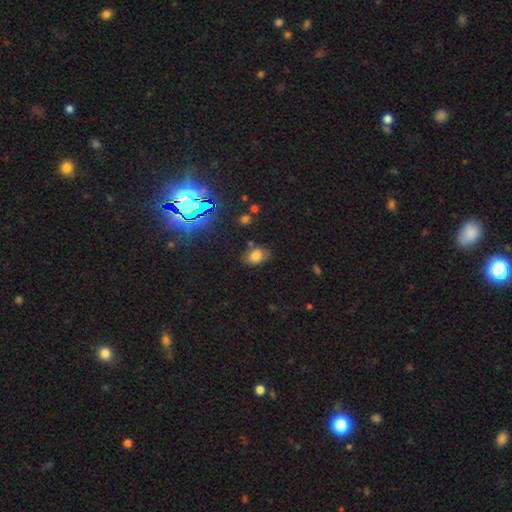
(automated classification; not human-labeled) smooth-or-featured: smooth: 74% | star or artifact: 16% | featured or disk: 10%
  how-rounded: in between: 85% | round: 14% | cigar-shaped: 1%
  merging: none: 74% | minor disturbance: 18% | major disturbance: 4% | merger: 4%